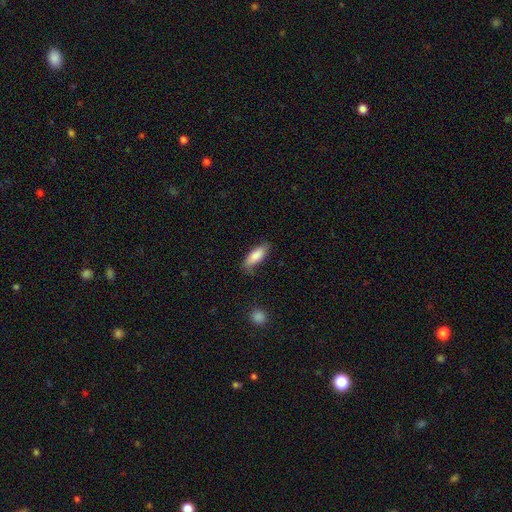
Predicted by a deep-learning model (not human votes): This appears to be a smooth galaxy with no disk features (84%) that is in between round and cigar-shaped (70%). Merging: none (74%).